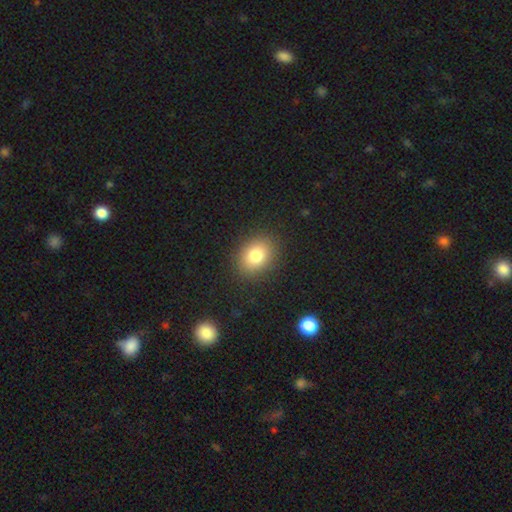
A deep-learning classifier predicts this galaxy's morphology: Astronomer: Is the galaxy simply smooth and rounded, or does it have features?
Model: smooth — 81%.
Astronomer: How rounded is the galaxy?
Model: in between — 53% (runner-up: round, 46%).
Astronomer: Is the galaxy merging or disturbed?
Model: none — 88%.